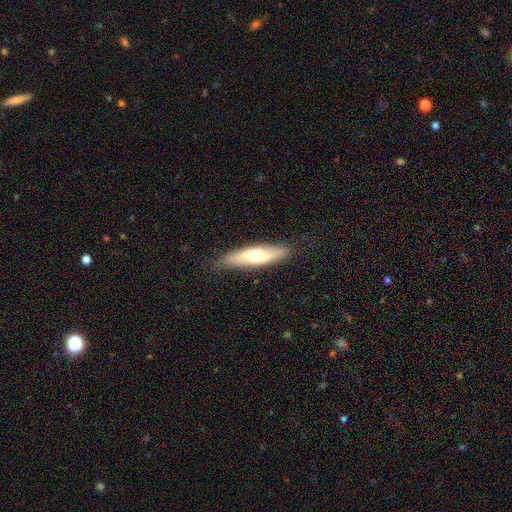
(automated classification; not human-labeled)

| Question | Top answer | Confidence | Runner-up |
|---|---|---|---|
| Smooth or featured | smooth | 53% | featured or disk (41%) |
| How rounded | cigar-shaped | 67% | in between (31%) |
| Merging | none | 83% | minor disturbance (14%) |